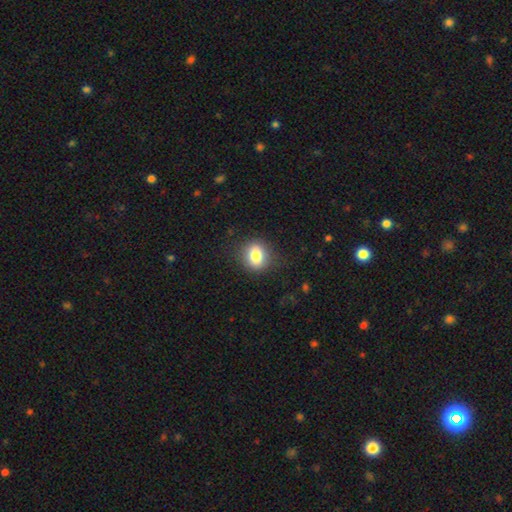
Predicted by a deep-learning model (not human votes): This appears to be a smooth galaxy with no disk features (81%) that is round (59%). Merging: none (84%).